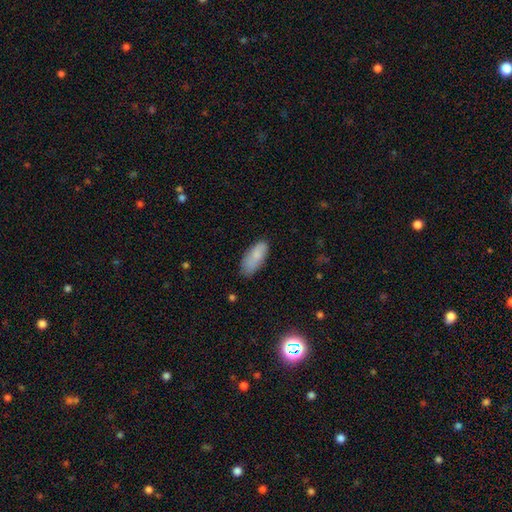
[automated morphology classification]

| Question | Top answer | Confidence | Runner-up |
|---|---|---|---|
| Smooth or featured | smooth | 83% | featured or disk (10%) |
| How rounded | in between | 81% | cigar-shaped (17%) |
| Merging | none | 72% | minor disturbance (22%) |